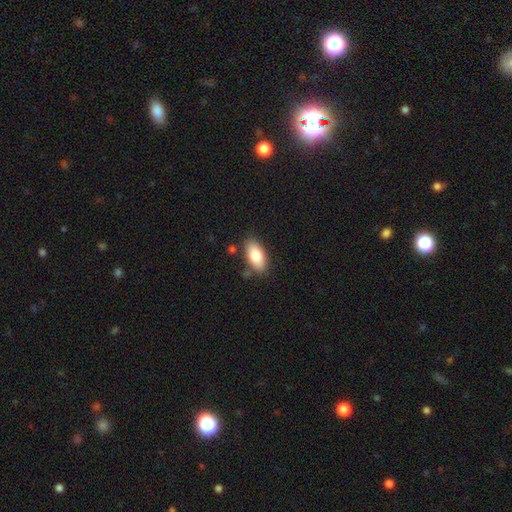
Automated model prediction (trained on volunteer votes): Morphology: type=smooth (81%); roundness=in between (90%); merging=none (81%).